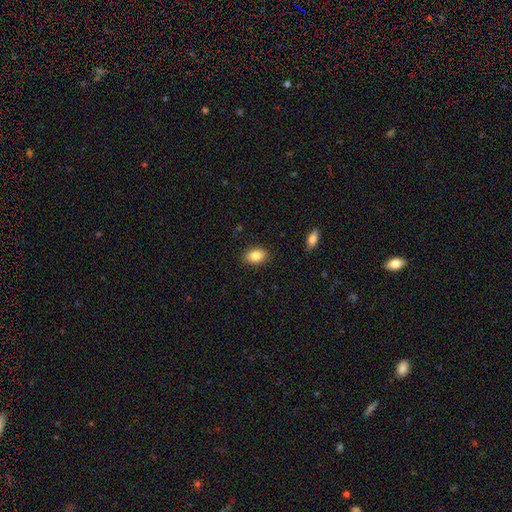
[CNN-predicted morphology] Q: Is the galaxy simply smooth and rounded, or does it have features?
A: smooth — 85%.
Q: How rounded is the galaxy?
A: in between — 84%.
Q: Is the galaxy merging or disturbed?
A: none — 88%.